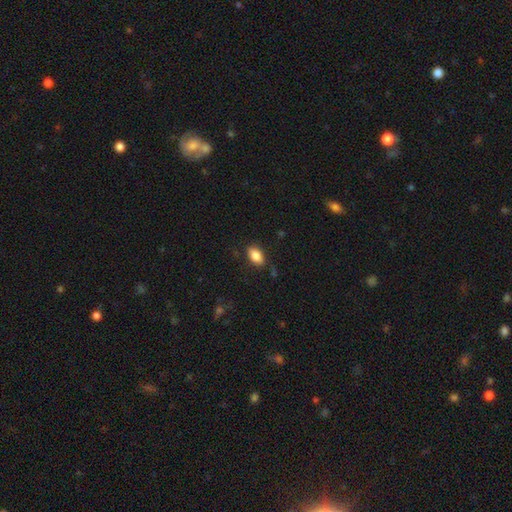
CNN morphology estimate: This appears to be a smooth galaxy with no disk features (85%) that is in between round and cigar-shaped (91%). Merging: none (81%).